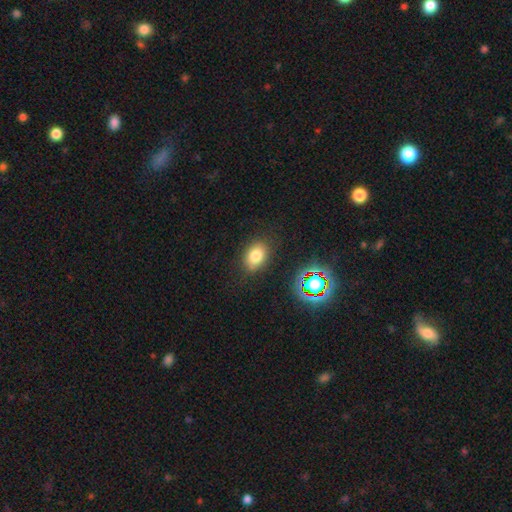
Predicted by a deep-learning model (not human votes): Smooth or featured? Predicted: smooth (p=0.79). How rounded? Predicted: in between (p=0.77). Merging? Predicted: none (p=0.81).